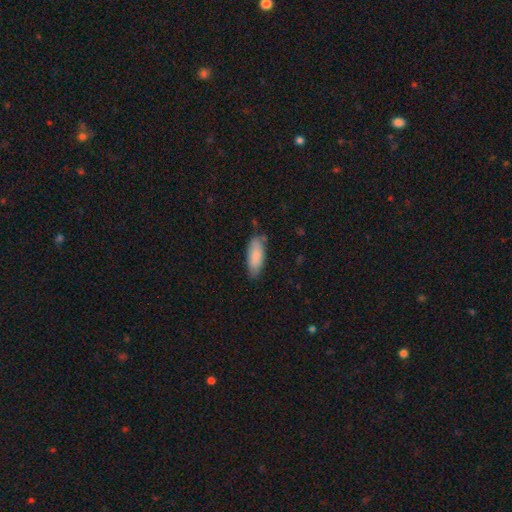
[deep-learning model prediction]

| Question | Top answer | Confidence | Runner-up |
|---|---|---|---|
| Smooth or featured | smooth | 85% | featured or disk (10%) |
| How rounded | in between | 74% | cigar-shaped (24%) |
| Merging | none | 74% | minor disturbance (20%) |